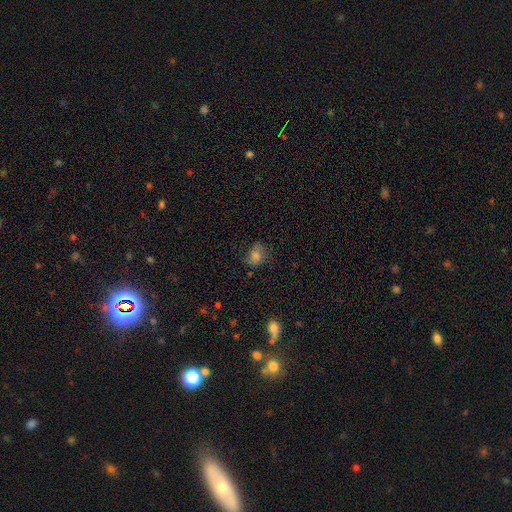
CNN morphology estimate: This is possibly a smooth galaxy (60%). How rounded: possibly in between (54%). Merging: likely none (61%).